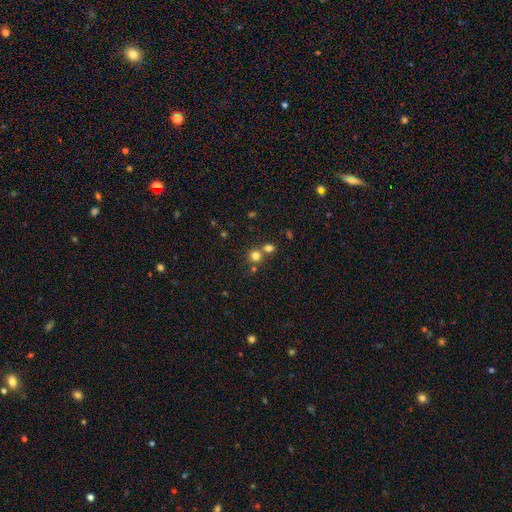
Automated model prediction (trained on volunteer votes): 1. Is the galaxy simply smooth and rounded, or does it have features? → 77% smooth, 15% star or artifact, 8% featured or disk.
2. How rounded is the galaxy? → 88% round, 11% in between, 1% cigar-shaped.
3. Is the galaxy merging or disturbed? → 56% none, 35% merger, 7% minor disturbance, 3% major disturbance.